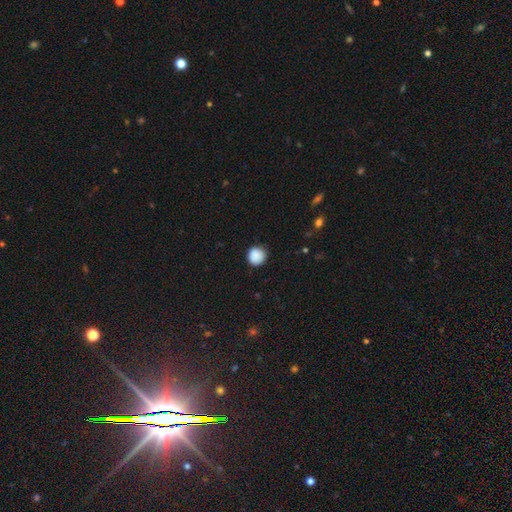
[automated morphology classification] This appears to be a smooth galaxy with no disk features (88%) that is round (92%). Merging: none (84%).